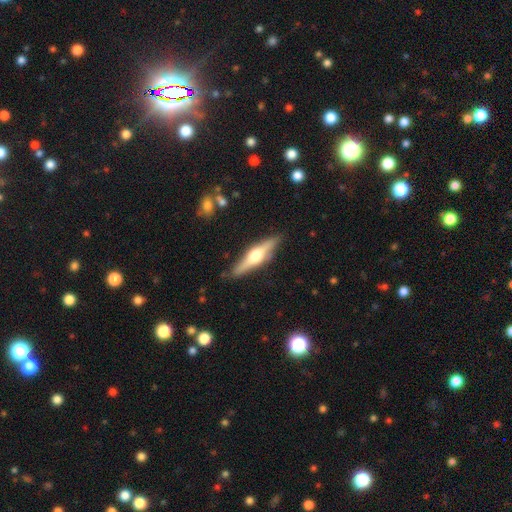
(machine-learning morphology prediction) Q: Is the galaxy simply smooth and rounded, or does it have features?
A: featured or disk — 66%.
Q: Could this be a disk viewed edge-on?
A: yes — 96%.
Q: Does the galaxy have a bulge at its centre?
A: rounded — 92%.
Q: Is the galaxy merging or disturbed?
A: none — 86%.